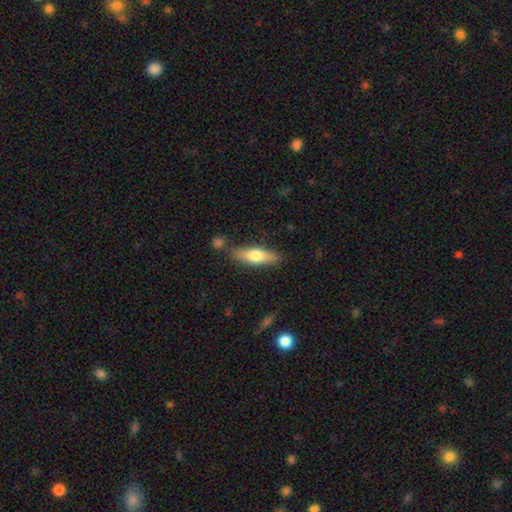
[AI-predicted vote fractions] A smooth galaxy with no disk features (64%) that is cigar-shaped (54%). Merging: none (79%).